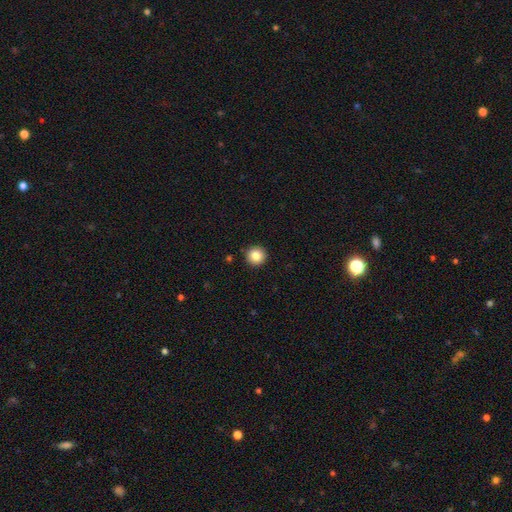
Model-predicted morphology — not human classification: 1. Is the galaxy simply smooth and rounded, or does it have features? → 84% smooth, 10% star or artifact, 6% featured or disk.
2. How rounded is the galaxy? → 95% round, 4% in between, 1% cigar-shaped.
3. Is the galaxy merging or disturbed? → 93% none, 5% minor disturbance, 1% major disturbance, 1% merger.